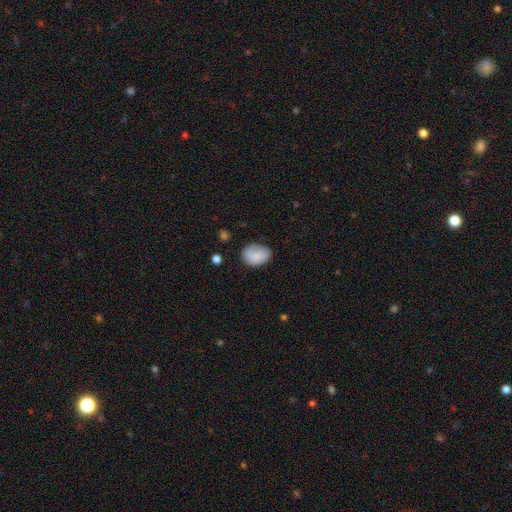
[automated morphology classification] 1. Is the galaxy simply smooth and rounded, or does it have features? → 78% smooth, 14% featured or disk, 8% star or artifact.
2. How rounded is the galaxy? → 72% in between, 27% round, 1% cigar-shaped.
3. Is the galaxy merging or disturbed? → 64% none, 26% minor disturbance, 8% major disturbance, 2% merger.